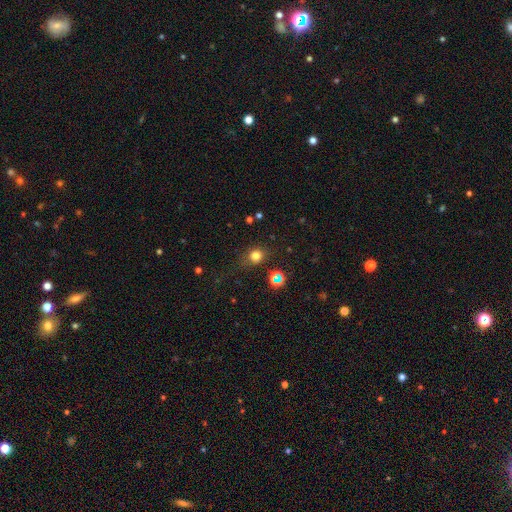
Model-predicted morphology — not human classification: The model was most divided on "smooth or featured": smooth: 74%, star or artifact: 19%, featured or disk: 7%. More confident: how rounded — round (78%); merging — none (75%).